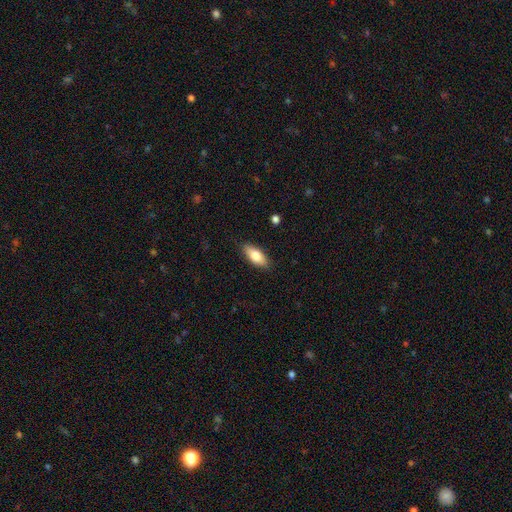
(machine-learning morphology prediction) smooth_or_featured: smooth (p=0.74) [alt: featured or disk p=0.20]
how_rounded: in between (p=0.78) [alt: cigar-shaped p=0.19]
merging: none (p=0.87) [alt: minor disturbance p=0.10]